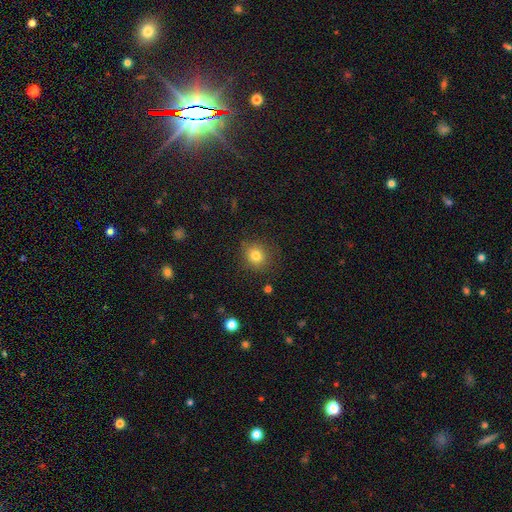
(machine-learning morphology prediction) smooth 80%, star or artifact 13%, featured or disk 8%. Down the decision tree: how rounded — round (80%); merging — none (84%).